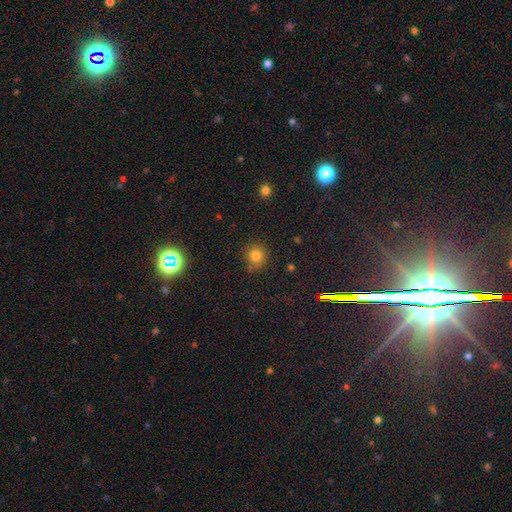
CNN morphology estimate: smooth 79%, star or artifact 15%, featured or disk 6%. Down the decision tree: how rounded — round (91%); merging — none (81%).